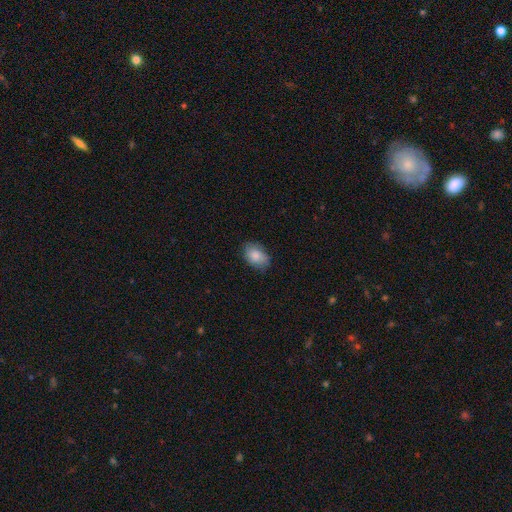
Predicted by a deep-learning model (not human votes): smooth_or_featured: smooth (p=0.85) [alt: featured or disk p=0.09]
how_rounded: in between (p=0.84) [alt: round p=0.14]
merging: none (p=0.78) [alt: minor disturbance p=0.17]